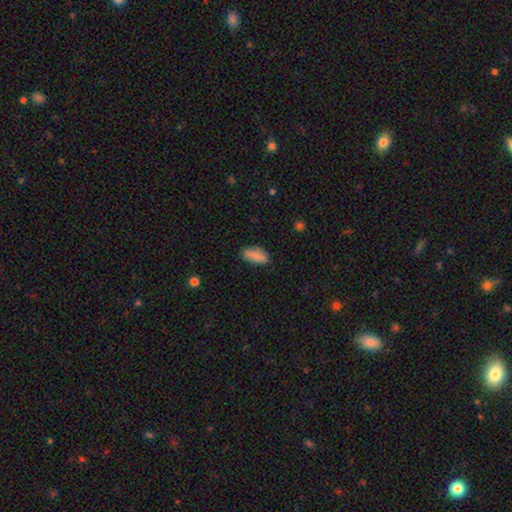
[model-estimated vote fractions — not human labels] Smooth or featured? Predicted: smooth (p=0.82). How rounded? Predicted: in between (p=0.89). Merging? Predicted: none (p=0.82).